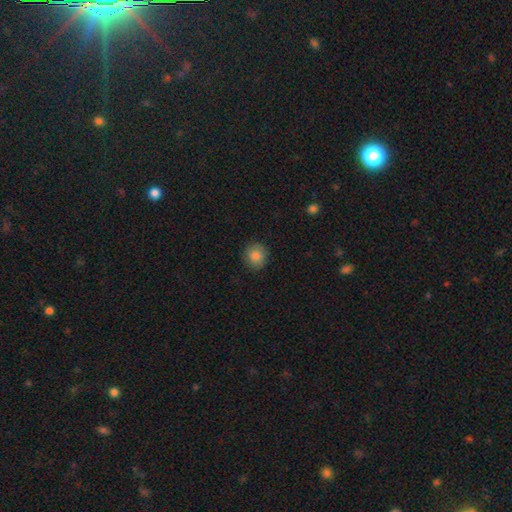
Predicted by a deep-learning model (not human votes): Q: Smooth or featured?
A: smooth (85%); runner-up: star or artifact (9%)
Q: How rounded?
A: round (83%); runner-up: in between (16%)
Q: Merging?
A: none (86%); runner-up: minor disturbance (10%)